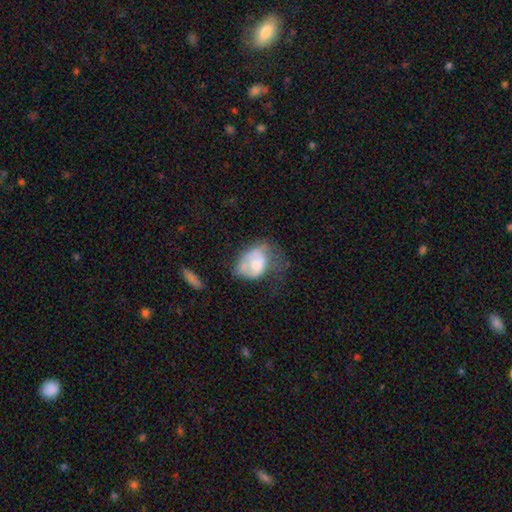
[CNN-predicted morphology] Smooth or featured? smooth (54%)
How rounded? in between (73%)
Merging? major disturbance (40%)